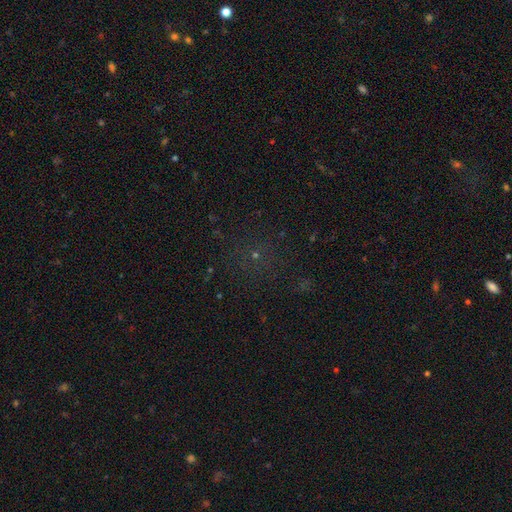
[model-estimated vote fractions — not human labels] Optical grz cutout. It shows a star or artifact, not a galaxy (54%).